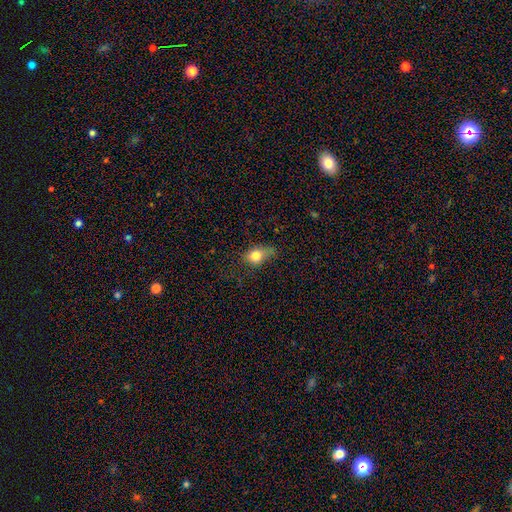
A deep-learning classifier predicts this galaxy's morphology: type=smooth (78%); roundness=in between (57%); merging=none (47%).